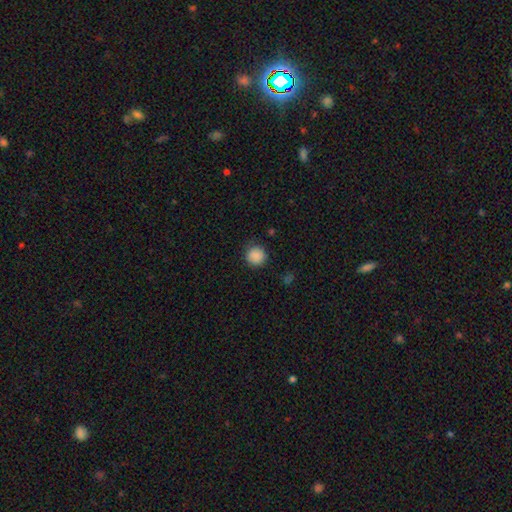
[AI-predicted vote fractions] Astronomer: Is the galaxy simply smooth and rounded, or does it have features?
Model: smooth — 88%.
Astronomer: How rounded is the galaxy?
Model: round — 94%.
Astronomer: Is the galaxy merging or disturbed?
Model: none — 88%.